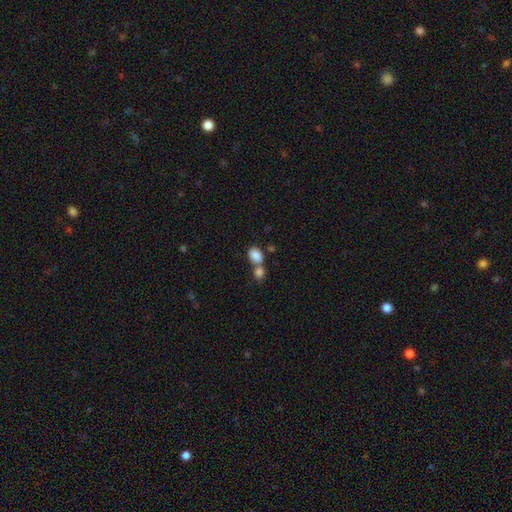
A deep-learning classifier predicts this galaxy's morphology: smooth-or-featured: smooth: 85% | star or artifact: 8% | featured or disk: 6%
  how-rounded: in between: 76% | round: 22% | cigar-shaped: 1%
  merging: merger: 56% | none: 32% | minor disturbance: 8% | major disturbance: 4%